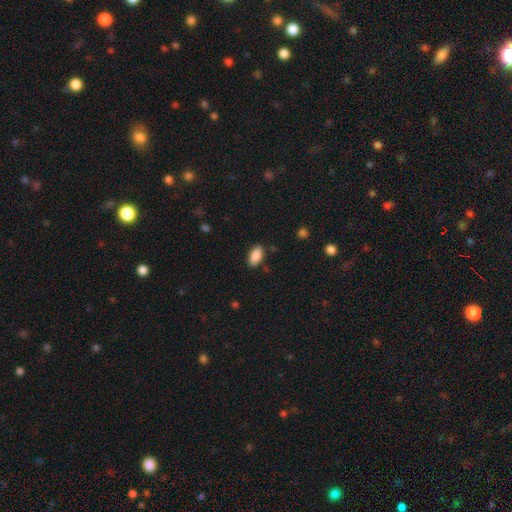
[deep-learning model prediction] A smooth galaxy with no disk features (88%) that is in between round and cigar-shaped (93%).

Vote fractions:
- Smooth or featured? smooth: 88% / star or artifact: 7% / featured or disk: 5%
- How rounded? in between: 93% / cigar-shaped: 5% / round: 3%
- Merging? none: 86% / minor disturbance: 10% / major disturbance: 2% / merger: 1%